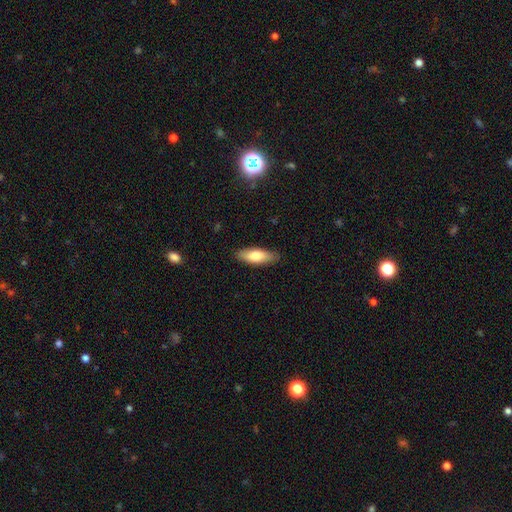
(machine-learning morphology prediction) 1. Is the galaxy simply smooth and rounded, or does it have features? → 76% smooth, 18% featured or disk, 6% star or artifact.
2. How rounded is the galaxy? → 59% in between, 39% cigar-shaped, 2% round.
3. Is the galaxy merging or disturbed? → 86% none, 11% minor disturbance, 2% major disturbance, 1% merger.